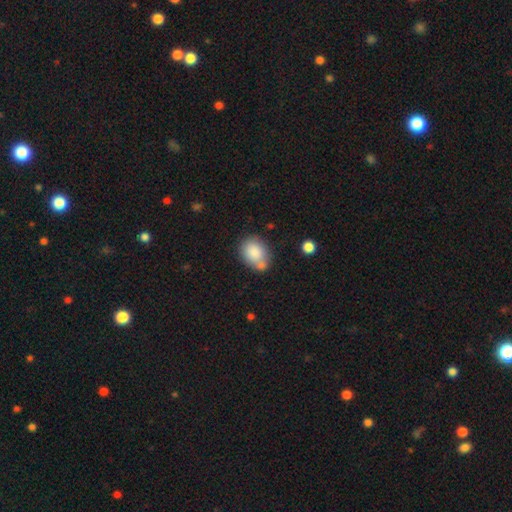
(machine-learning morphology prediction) A smooth galaxy with no disk features (83%) that is in between round and cigar-shaped (57%).

Vote fractions:
- Smooth or featured? smooth: 83% / featured or disk: 9% / star or artifact: 8%
- How rounded? in between: 57% / round: 42% / cigar-shaped: 1%
- Merging? none: 52% / merger: 24% / minor disturbance: 18% / major disturbance: 6%